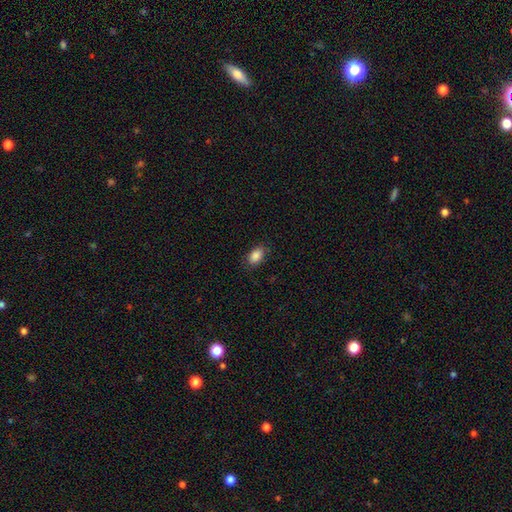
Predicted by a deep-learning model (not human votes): Q: Smooth or featured?
A: smooth (87%); runner-up: star or artifact (8%)
Q: How rounded?
A: in between (89%); runner-up: round (9%)
Q: Merging?
A: none (82%); runner-up: minor disturbance (14%)